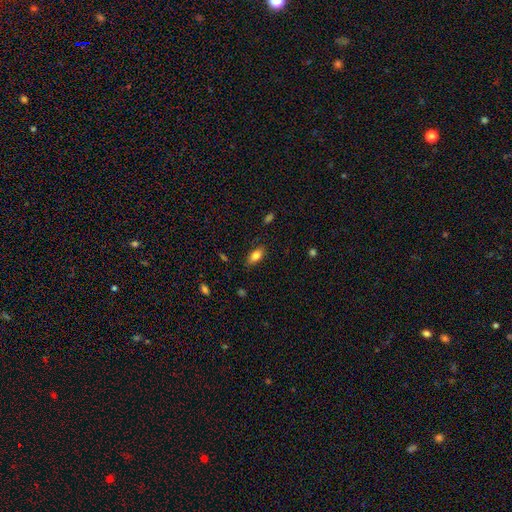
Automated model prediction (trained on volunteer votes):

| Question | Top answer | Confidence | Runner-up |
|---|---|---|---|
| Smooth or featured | smooth | 79% | featured or disk (13%) |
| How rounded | in between | 87% | cigar-shaped (9%) |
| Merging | none | 83% | minor disturbance (13%) |